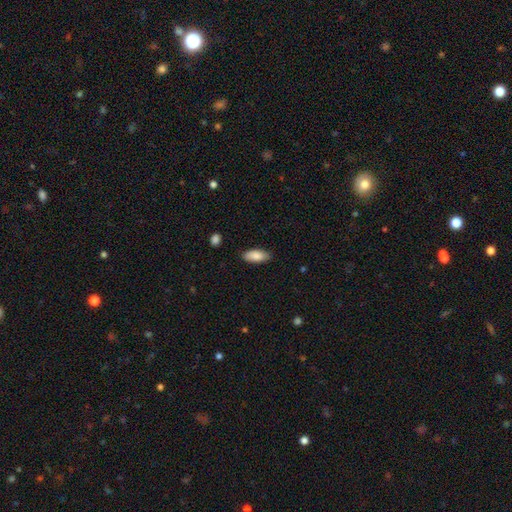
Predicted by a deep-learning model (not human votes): Smooth or featured: smooth — 86% (featured or disk — 8%)
How rounded: in between — 84% (cigar-shaped — 14%)
Merging: none — 85% (minor disturbance — 12%)